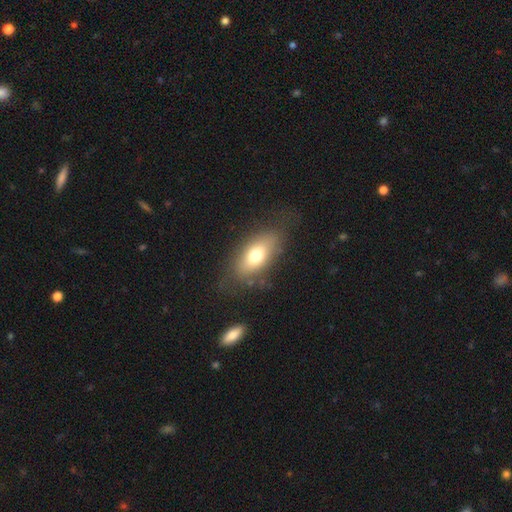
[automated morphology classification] Q: Smooth or featured?
A: smooth (70%); runner-up: featured or disk (21%)
Q: How rounded?
A: in between (85%); runner-up: cigar-shaped (9%)
Q: Merging?
A: none (74%); runner-up: minor disturbance (16%)